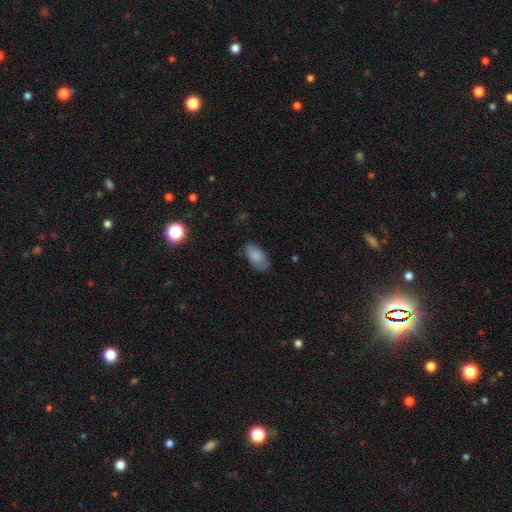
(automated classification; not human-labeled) Overall: smooth (83%). How rounded: in between (94%). Merging: none (77%).